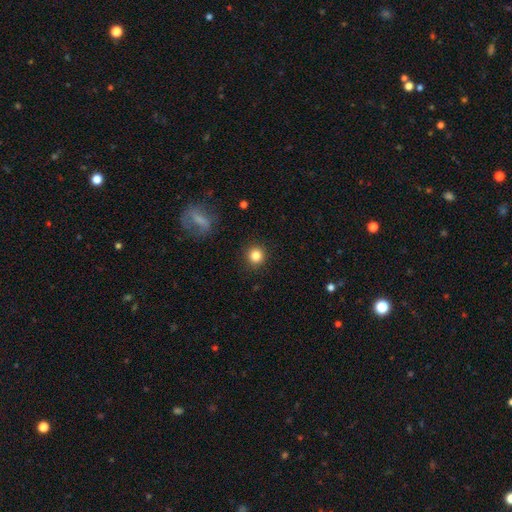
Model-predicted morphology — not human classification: smooth-or-featured: smooth: 83% | star or artifact: 11% | featured or disk: 5%
  how-rounded: round: 92% | in between: 7% | cigar-shaped: 1%
  merging: none: 90% | minor disturbance: 6% | major disturbance: 2% | merger: 1%